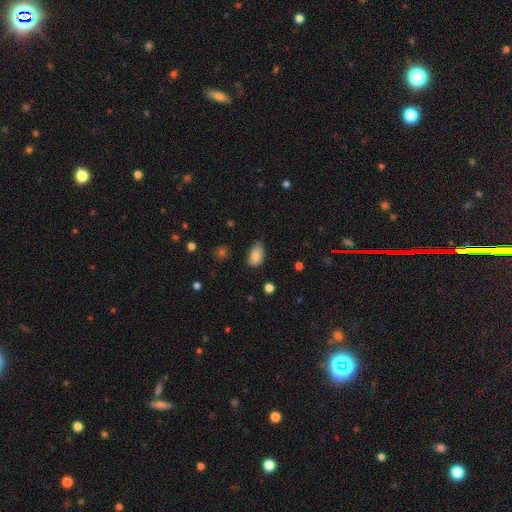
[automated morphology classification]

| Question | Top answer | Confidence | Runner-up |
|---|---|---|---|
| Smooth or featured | smooth | 81% | featured or disk (10%) |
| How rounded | in between | 90% | round (8%) |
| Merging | none | 59% | minor disturbance (34%) |